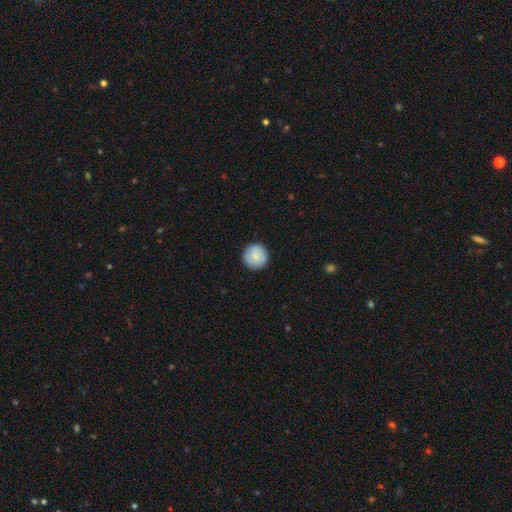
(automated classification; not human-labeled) This appears to be a smooth galaxy with no disk features (84%) that is round (96%). Merging: none (91%).